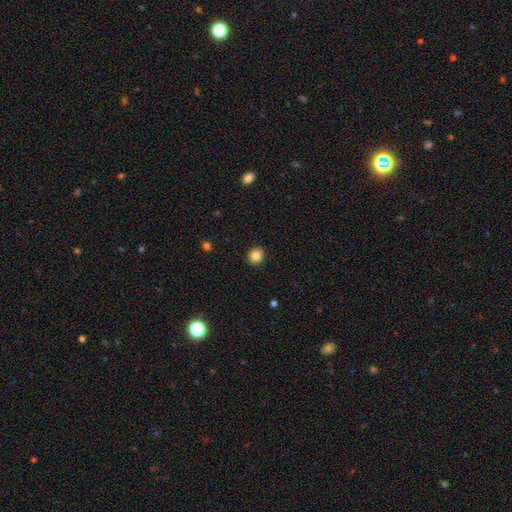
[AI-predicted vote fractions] A smooth galaxy with no disk features (84%) that is round (78%). Merging: none (92%).